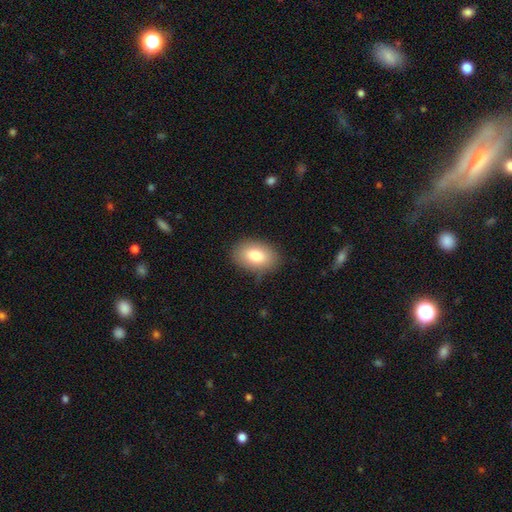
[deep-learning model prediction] Smooth or featured? Predicted: smooth (p=0.79). How rounded? Predicted: in between (p=0.85). Merging? Predicted: none (p=0.81).